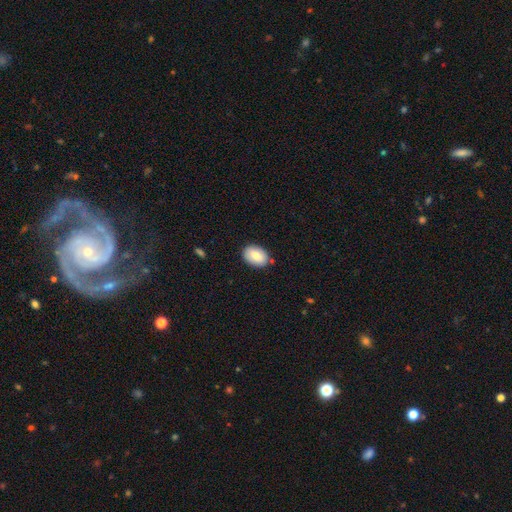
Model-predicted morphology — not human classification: This appears to be a smooth galaxy with no disk features (78%) that is in between round and cigar-shaped (79%). Merging: none (84%).